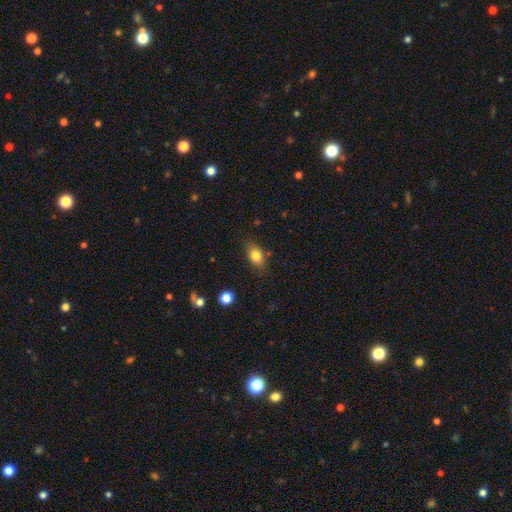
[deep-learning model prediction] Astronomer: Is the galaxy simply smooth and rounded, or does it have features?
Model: smooth — 81%.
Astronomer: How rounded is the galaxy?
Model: in between — 82%.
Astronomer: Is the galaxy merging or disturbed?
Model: none — 79%.